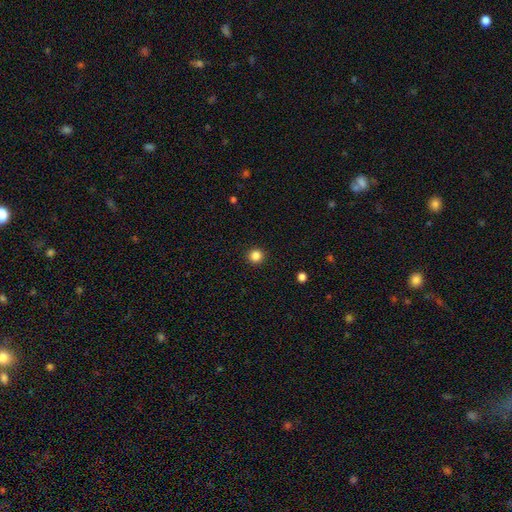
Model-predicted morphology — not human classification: Q: Smooth or featured?
A: smooth (85%); runner-up: star or artifact (11%)
Q: How rounded?
A: round (95%); runner-up: in between (4%)
Q: Merging?
A: none (93%); runner-up: minor disturbance (4%)